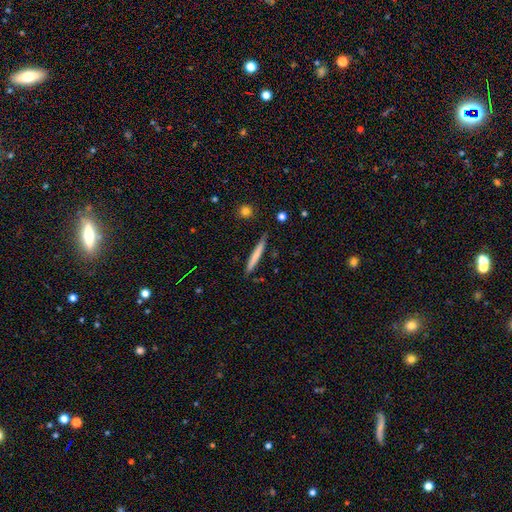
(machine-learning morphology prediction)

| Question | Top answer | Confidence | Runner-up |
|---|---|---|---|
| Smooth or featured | smooth | 68% | featured or disk (26%) |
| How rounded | cigar-shaped | 96% | in between (3%) |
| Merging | none | 87% | minor disturbance (10%) |